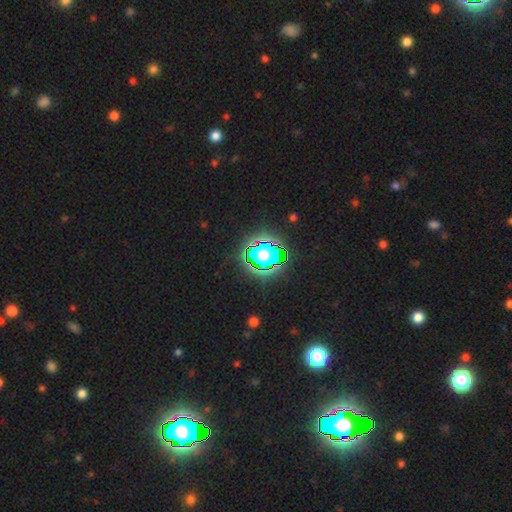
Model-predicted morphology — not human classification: smooth-or-featured: star or artifact: 78% | smooth: 14% | featured or disk: 8%